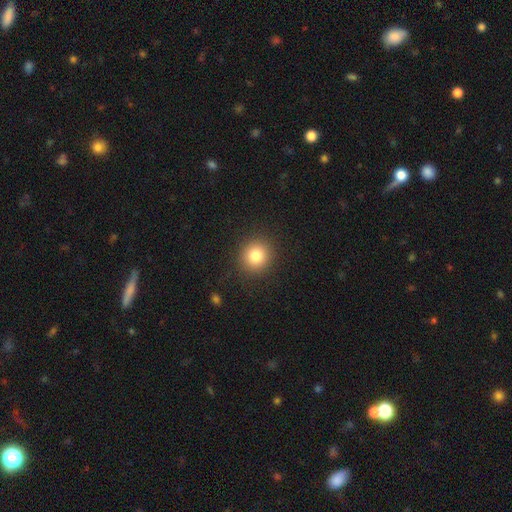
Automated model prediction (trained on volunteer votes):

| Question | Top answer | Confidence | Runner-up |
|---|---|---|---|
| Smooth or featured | smooth | 82% | star or artifact (11%) |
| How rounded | round | 88% | in between (11%) |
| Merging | none | 90% | minor disturbance (7%) |